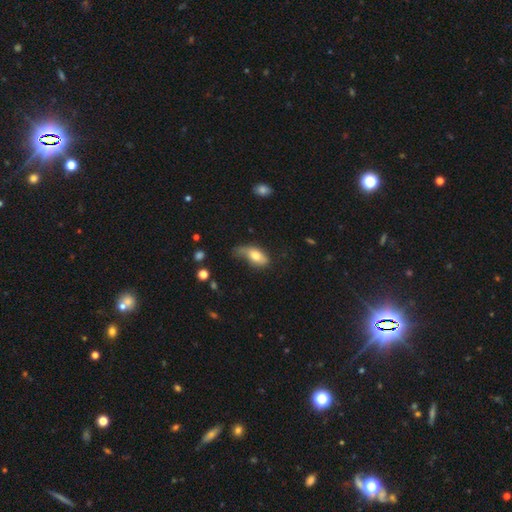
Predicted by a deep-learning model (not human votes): smooth_or_featured: smooth (p=0.71) [alt: featured or disk p=0.22]
how_rounded: in between (p=0.87) [alt: cigar-shaped p=0.07]
merging: minor disturbance (p=0.40) [alt: none p=0.30]